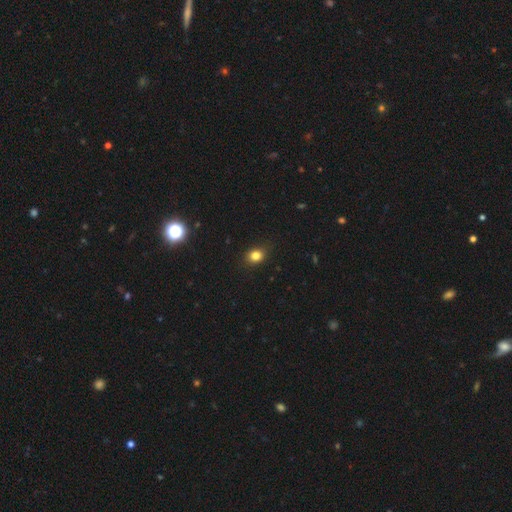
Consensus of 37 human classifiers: Smooth or featured?
  - smooth: 78% *
  - featured or disk: 16%
  - star or artifact: 5%
How rounded?
  - in between: 52% *
  - round: 48%
  - cigar-shaped: 0%
Merging?
  - none: 94% *
  - minor disturbance: 3%
  - merger: 3%
  - major disturbance: 0%